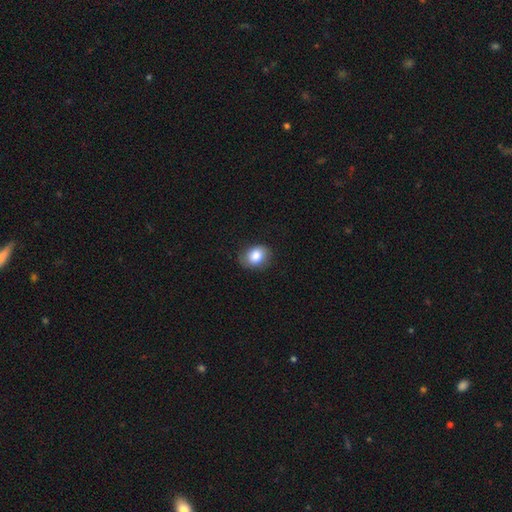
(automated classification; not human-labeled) Smooth or featured? Predicted: smooth (p=0.84). How rounded? Predicted: in between (p=0.56). Merging? Predicted: none (p=0.77).